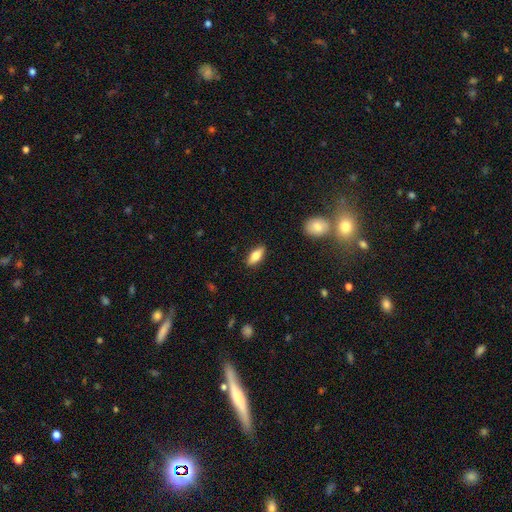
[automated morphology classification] smooth-or-featured: smooth: 71% | featured or disk: 22% | star or artifact: 7%
  how-rounded: in between: 77% | cigar-shaped: 20% | round: 3%
  merging: none: 88% | minor disturbance: 9% | major disturbance: 2% | merger: 1%